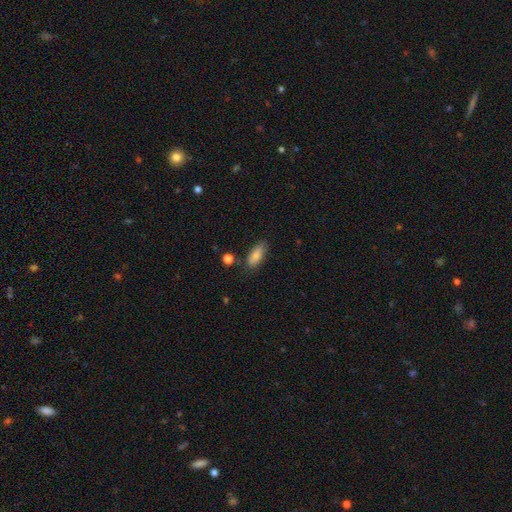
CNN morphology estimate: smooth 80%, featured or disk 13%, star or artifact 7%. Down the decision tree: how rounded — in between (81%); merging — none (75%).